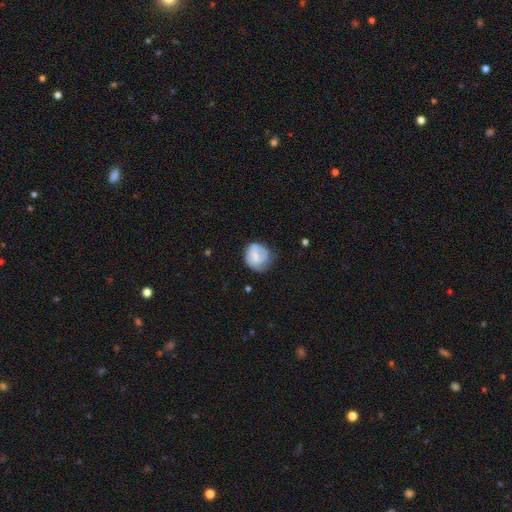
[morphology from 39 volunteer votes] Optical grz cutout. It shows a smooth galaxy with no disk features (62%) that is round (75%). Merging: minor disturbance (40%).